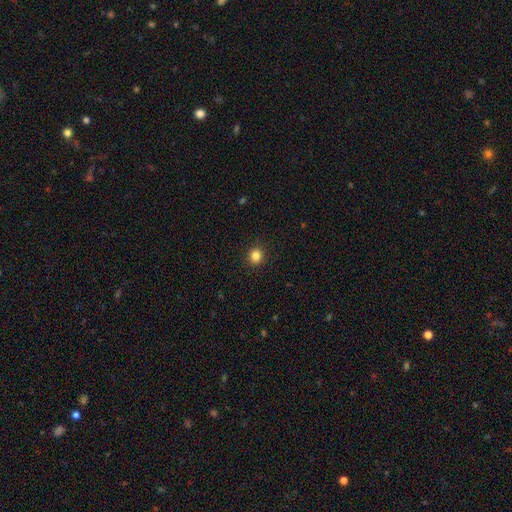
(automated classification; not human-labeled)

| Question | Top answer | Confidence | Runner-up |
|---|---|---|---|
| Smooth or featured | smooth | 84% | star or artifact (12%) |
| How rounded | round | 91% | in between (8%) |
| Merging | none | 92% | minor disturbance (5%) |